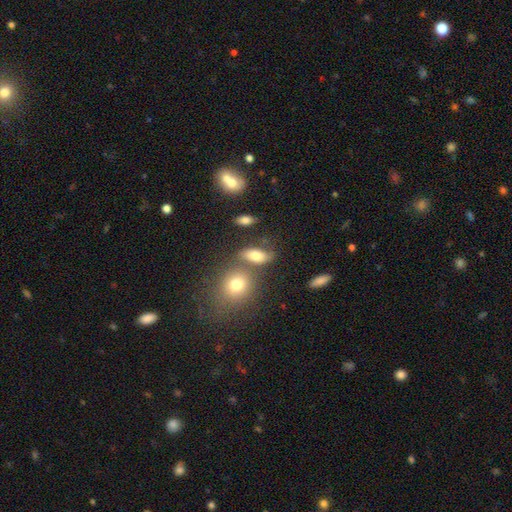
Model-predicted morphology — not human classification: smooth 72%, featured or disk 16%, star or artifact 12%. Down the decision tree: how rounded — in between (79%); merging — none (60%).